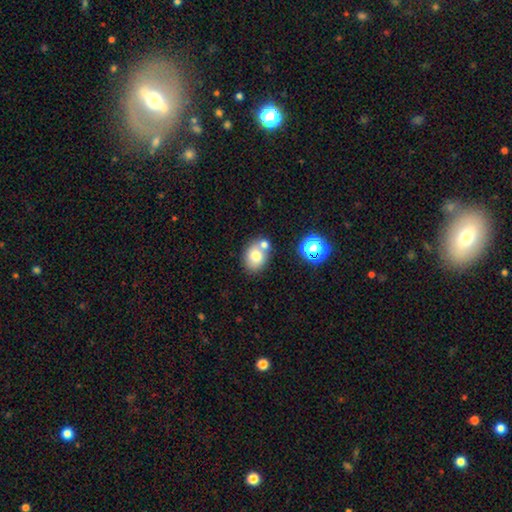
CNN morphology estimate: This is likely a smooth galaxy (74%). How rounded: possibly in between (54%). Merging: possibly none (53%).